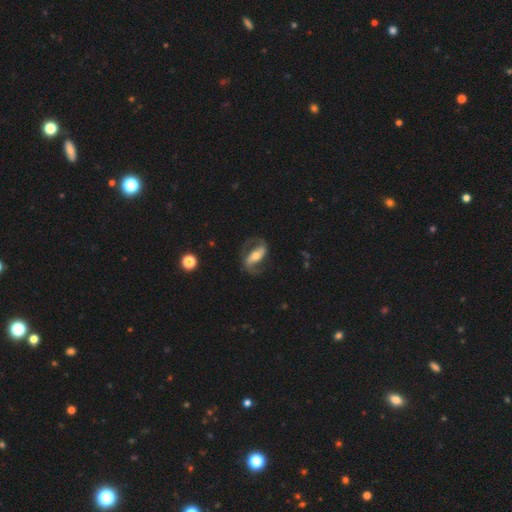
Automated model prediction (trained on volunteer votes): Morphology: type=featured or disk (84%); edge-on=no (94%); bar=strong (57%); spiral arms=yes (93%); winding=medium (46%); arm count=2 (91%); bulge=moderate (57%); merging=none (74%).